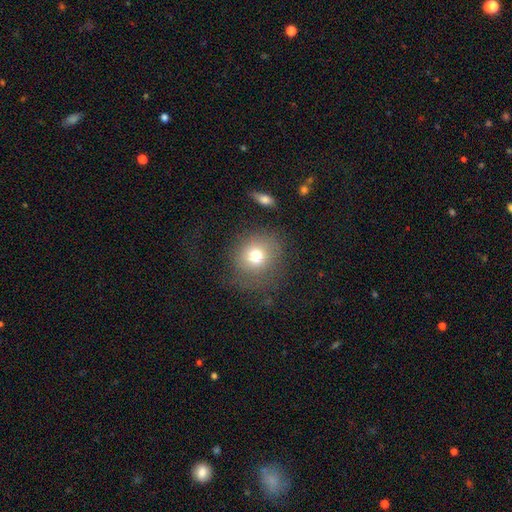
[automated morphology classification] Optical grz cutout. It shows a smooth galaxy with no disk features (74%) that is round (85%). Merging: none (72%).